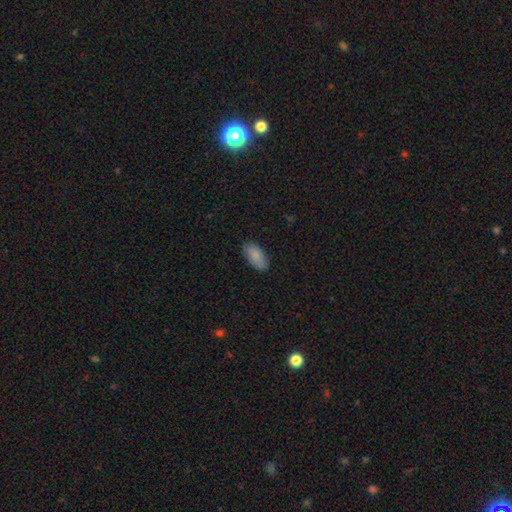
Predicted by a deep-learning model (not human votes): The model was most divided on "merging": none: 83%, minor disturbance: 14%, major disturbance: 2%, merger: 1%. More confident: how rounded — in between (92%); smooth or featured — smooth (85%).